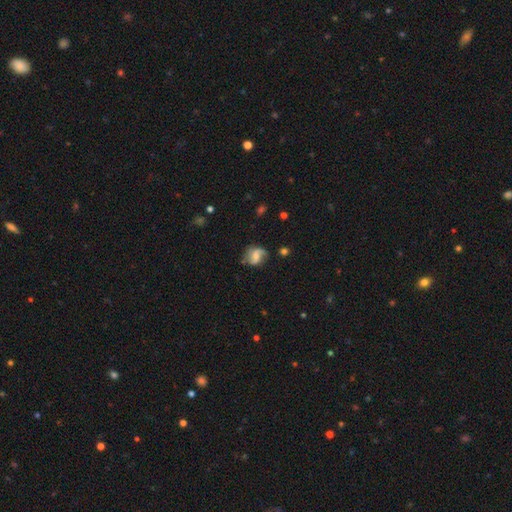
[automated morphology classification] The model was most divided on "bulge size": small: 38%, moderate: 33%, none: 21%, large: 6%, dominant: 2%. Remaining: edge-on disk — no (97%); spiral arms — yes (89%); spiral arm count — 2 (77%); smooth or featured — featured or disk (65%); merging — none (62%); spiral winding — loose (50%); bar — weak (45%).